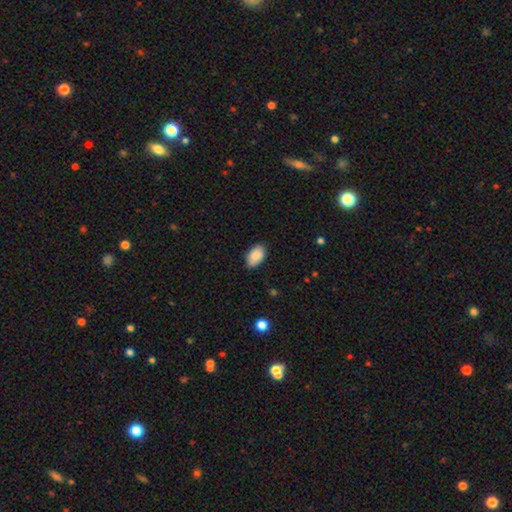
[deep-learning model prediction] A smooth galaxy with no disk features (90%) that is in between round and cigar-shaped (94%).

Vote fractions:
- Smooth or featured? smooth: 90% / star or artifact: 6% / featured or disk: 4%
- How rounded? in between: 94% / round: 5% / cigar-shaped: 1%
- Merging? none: 84% / minor disturbance: 13% / major disturbance: 2% / merger: 1%